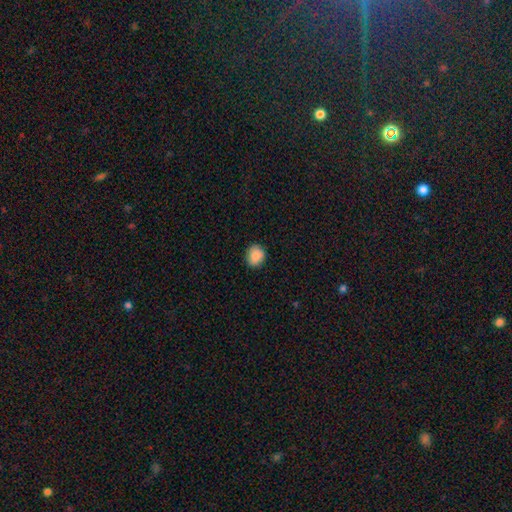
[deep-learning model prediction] This appears to be a smooth galaxy with no disk features (88%) that is round (65%). Merging: none (87%).